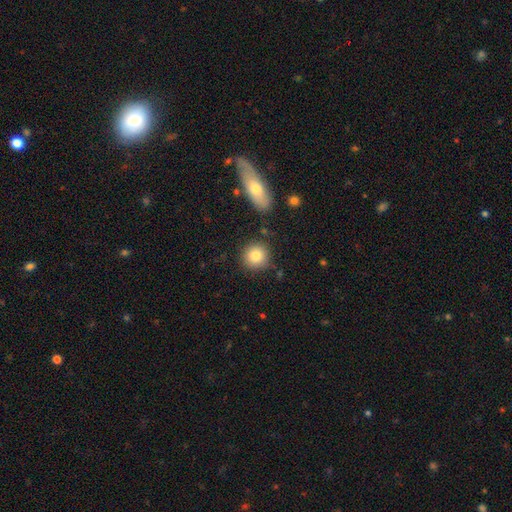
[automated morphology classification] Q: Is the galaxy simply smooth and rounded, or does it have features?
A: smooth — 83%.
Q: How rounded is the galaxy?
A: round — 92%.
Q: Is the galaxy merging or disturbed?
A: none — 85%.